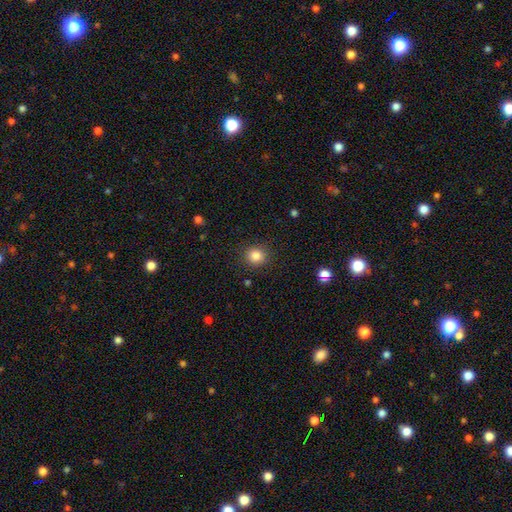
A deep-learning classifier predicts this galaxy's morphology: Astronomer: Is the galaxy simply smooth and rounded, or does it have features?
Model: smooth — 85%.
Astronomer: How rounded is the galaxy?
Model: round — 88%.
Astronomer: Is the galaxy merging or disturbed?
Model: none — 89%.